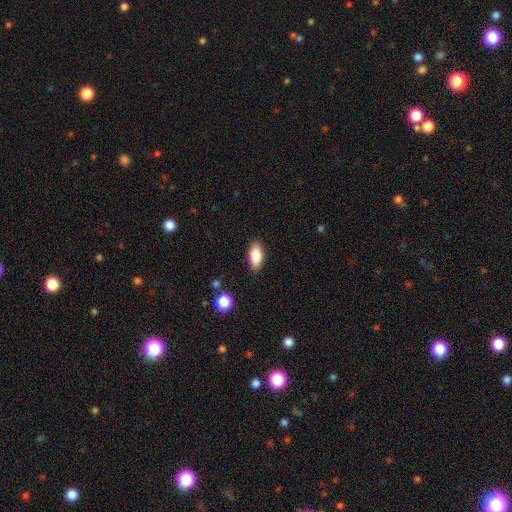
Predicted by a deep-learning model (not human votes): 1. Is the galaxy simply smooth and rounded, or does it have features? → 83% smooth, 9% featured or disk, 7% star or artifact.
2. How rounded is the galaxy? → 87% in between, 10% cigar-shaped, 3% round.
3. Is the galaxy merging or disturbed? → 87% none, 10% minor disturbance, 2% major disturbance, 1% merger.